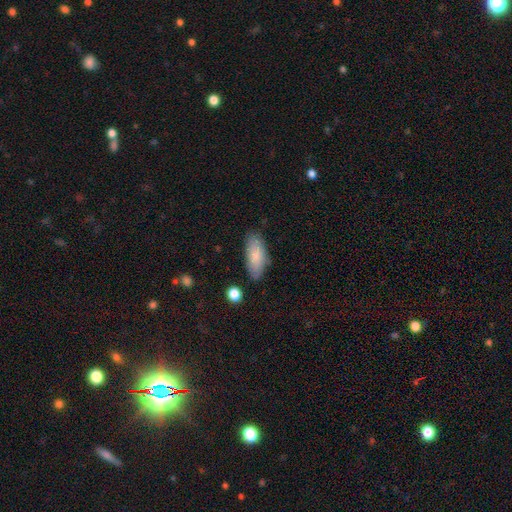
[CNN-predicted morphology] smooth 83%, featured or disk 11%, star or artifact 6%. Down the decision tree: how rounded — in between (82%); merging — none (79%).